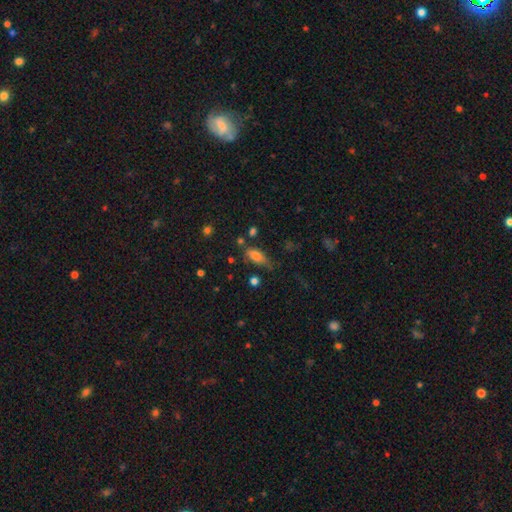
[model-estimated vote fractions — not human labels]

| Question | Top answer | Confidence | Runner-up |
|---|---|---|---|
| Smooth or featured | smooth | 78% | featured or disk (12%) |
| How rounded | in between | 84% | cigar-shaped (11%) |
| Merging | none | 52% | minor disturbance (29%) |